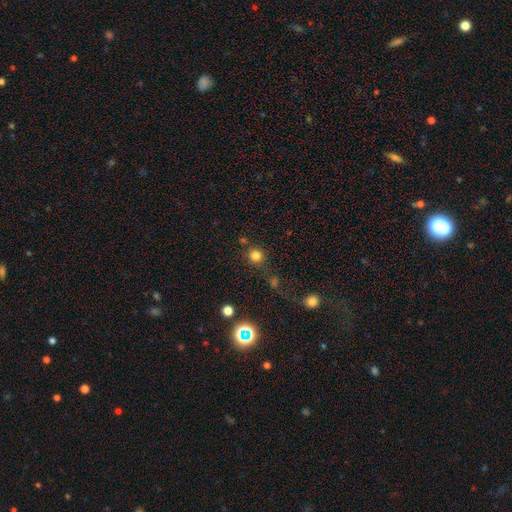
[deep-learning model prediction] This is likely a smooth galaxy (77%). How rounded: clearly round (93%). Merging: likely none (76%).